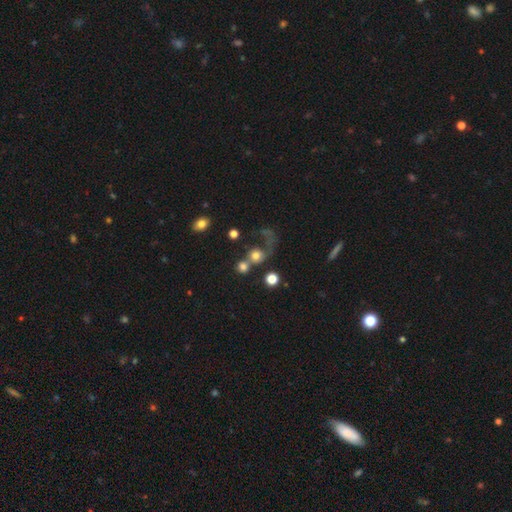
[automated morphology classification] The model was most divided on "merging": merger: 38%, none: 27%, major disturbance: 26%, minor disturbance: 9%. More confident: how rounded — round (80%); smooth or featured — smooth (65%).